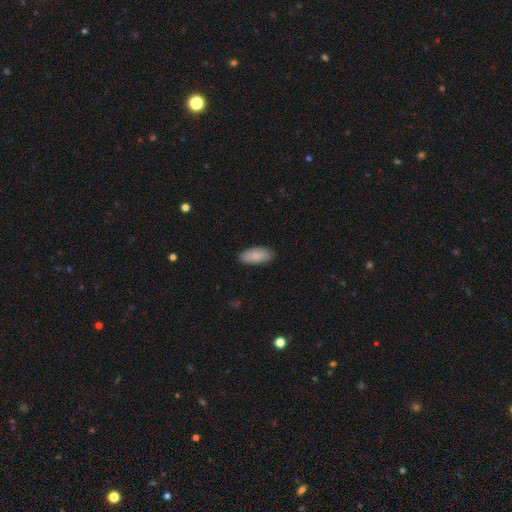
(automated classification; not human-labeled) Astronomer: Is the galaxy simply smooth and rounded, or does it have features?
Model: smooth — 88%.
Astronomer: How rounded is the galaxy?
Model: in between — 90%.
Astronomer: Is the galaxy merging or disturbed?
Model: none — 88%.